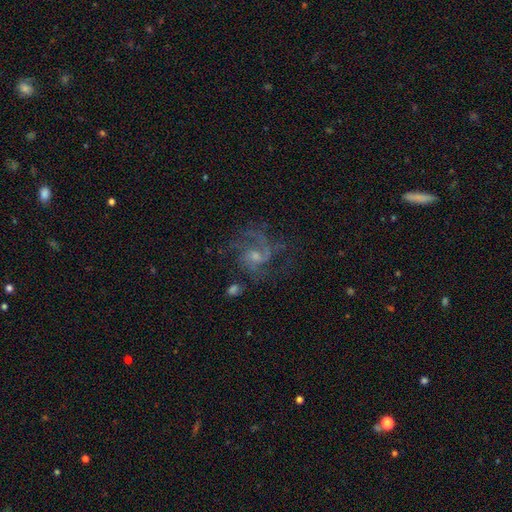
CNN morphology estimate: Smooth or featured: featured or disk — 81% (smooth — 10%)
Edge-on disk: no — 98% (yes — 2%)
Bar: no — 60% (weak — 35%)
Spiral arms: yes — 93% (no — 7%)
Spiral winding: medium — 54% (loose — 27%)
Spiral arm count: 2 — 49% (3 — 19%)
Bulge size: small — 49% (moderate — 40%)
Merging: none — 57% (major disturbance — 22%)